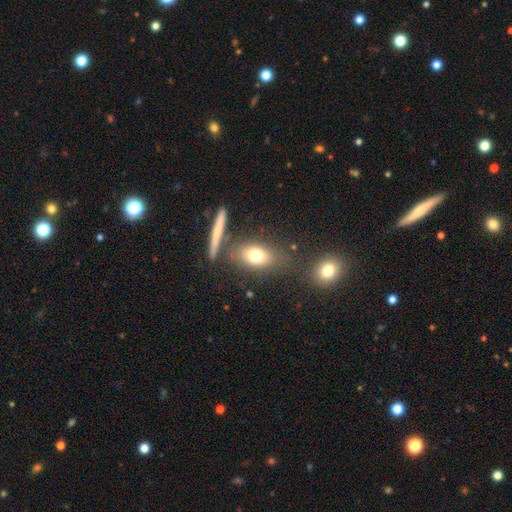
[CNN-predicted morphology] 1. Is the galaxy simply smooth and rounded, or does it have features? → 72% smooth, 17% featured or disk, 10% star or artifact.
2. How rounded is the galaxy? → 72% in between, 21% round, 8% cigar-shaped.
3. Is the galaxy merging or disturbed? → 70% none, 14% minor disturbance, 10% merger, 6% major disturbance.